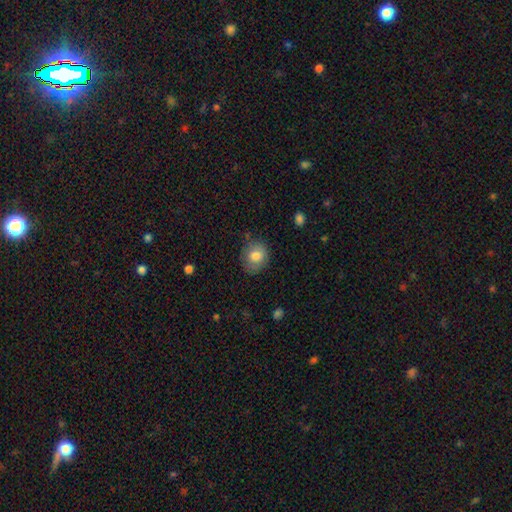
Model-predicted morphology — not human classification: Smooth or featured? Predicted: smooth (p=0.80). How rounded? Predicted: round (p=0.69). Merging? Predicted: none (p=0.78).